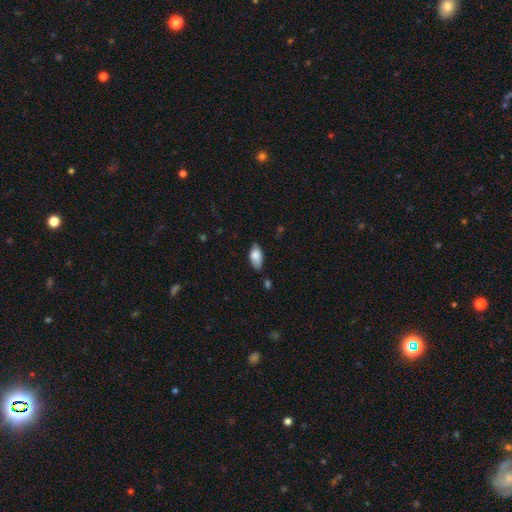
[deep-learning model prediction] This appears to be a smooth galaxy with no disk features (81%) that is in between round and cigar-shaped (92%). Merging: none (70%).